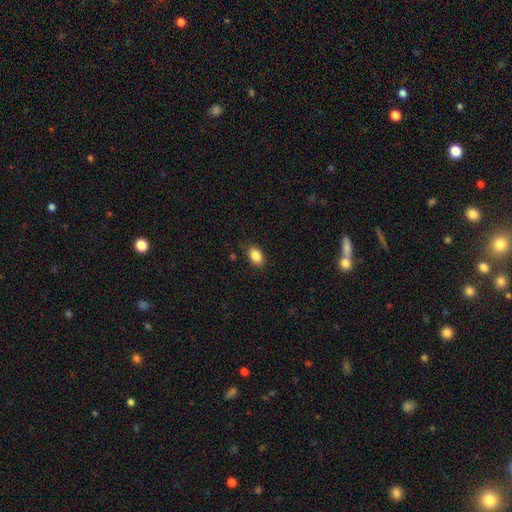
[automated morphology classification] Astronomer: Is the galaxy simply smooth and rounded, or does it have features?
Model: smooth — 87%.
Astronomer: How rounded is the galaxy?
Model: in between — 87%.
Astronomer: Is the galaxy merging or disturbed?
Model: none — 82%.